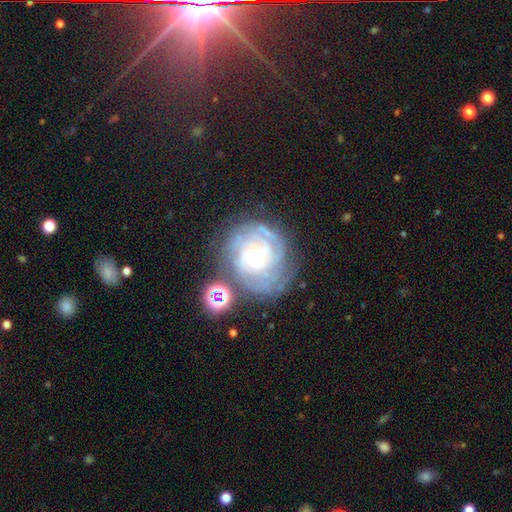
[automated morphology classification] Q: Smooth or featured?
A: featured or disk (83%); runner-up: smooth (9%)
Q: Edge-on disk?
A: no (97%); runner-up: yes (3%)
Q: Bar?
A: no (54%); runner-up: weak (35%)
Q: Spiral arms?
A: yes (94%); runner-up: no (6%)
Q: Spiral winding?
A: tight (74%); runner-up: medium (21%)
Q: Spiral arm count?
A: can't tell (38%); runner-up: 3 (21%)
Q: Bulge size?
A: moderate (69%); runner-up: large (17%)
Q: Merging?
A: none (69%); runner-up: minor disturbance (17%)